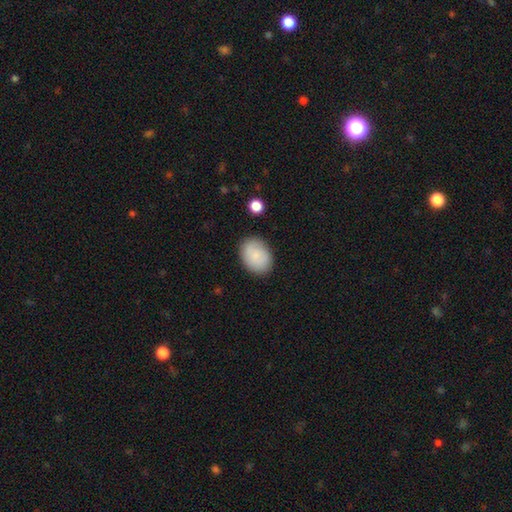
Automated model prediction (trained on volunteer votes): Overall: smooth (84%). How rounded: in between (73%). Merging: none (84%).